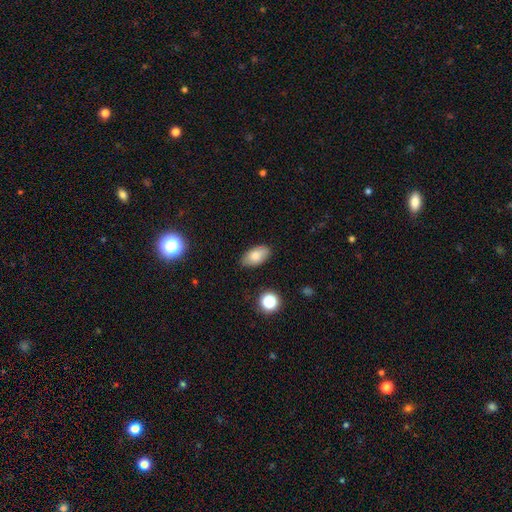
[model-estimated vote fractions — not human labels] Overall: smooth (80%). How rounded: in between (93%). Merging: none (85%).